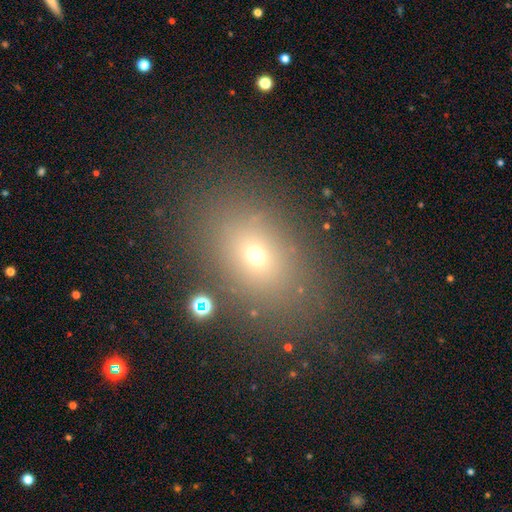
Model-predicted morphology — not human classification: Smooth or featured: smooth — 63% (star or artifact — 24%)
How rounded: in between — 68% (round — 30%)
Merging: none — 83% (minor disturbance — 9%)